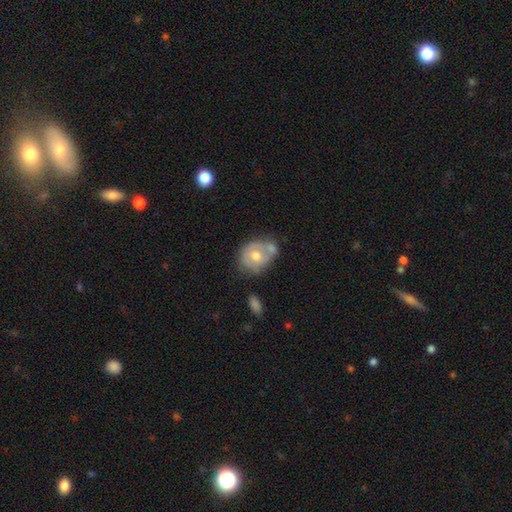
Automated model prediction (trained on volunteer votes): This appears to be a smooth galaxy with no disk features (50%) that is round (53%). Merging: none (34%, tied with merger).